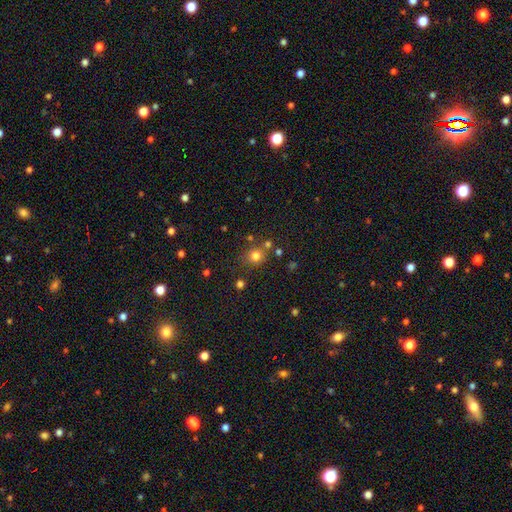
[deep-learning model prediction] smooth 77%, star or artifact 17%, featured or disk 7%. Down the decision tree: how rounded — round (87%); merging — none (75%).